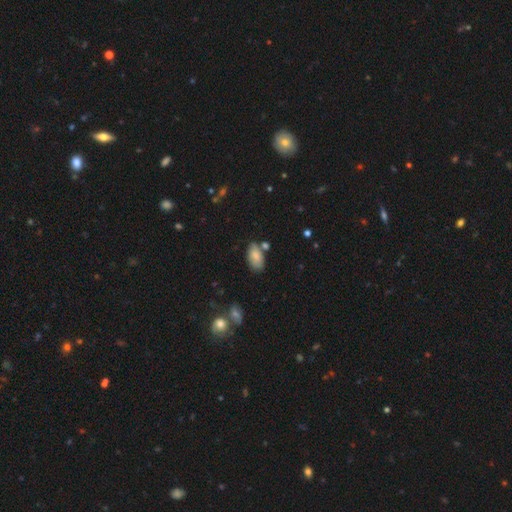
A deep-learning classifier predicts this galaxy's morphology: Q: Smooth or featured?
A: smooth (80%); runner-up: featured or disk (12%)
Q: How rounded?
A: in between (94%); runner-up: round (4%)
Q: Merging?
A: none (63%); runner-up: minor disturbance (21%)